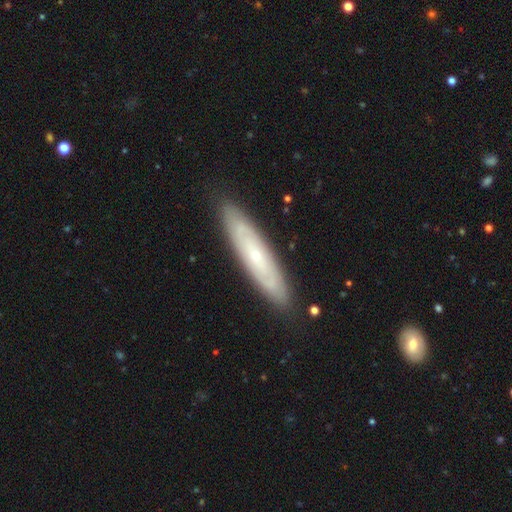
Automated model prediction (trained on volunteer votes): A featured or disk galaxy (60%). Merging: none (87%).